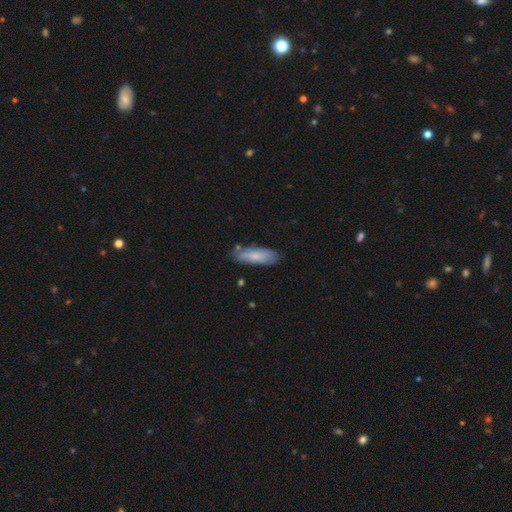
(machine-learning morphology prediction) Smooth or featured? smooth (78%)
How rounded? in between (59%)
Merging? none (75%)